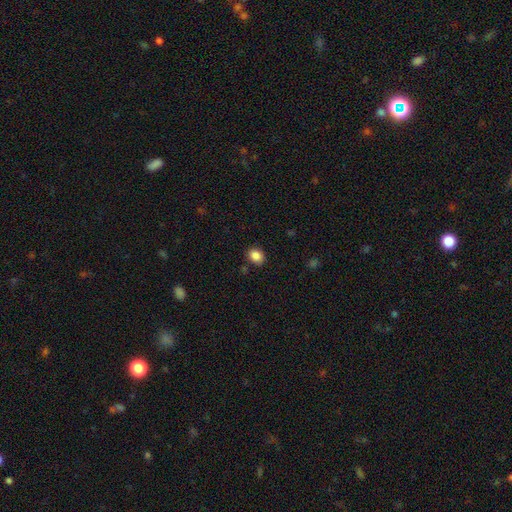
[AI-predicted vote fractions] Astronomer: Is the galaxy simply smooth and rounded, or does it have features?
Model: smooth — 87%.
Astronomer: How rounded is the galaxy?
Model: in between — 50% (runner-up: round, 49%).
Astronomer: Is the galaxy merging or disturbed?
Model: none — 86%.